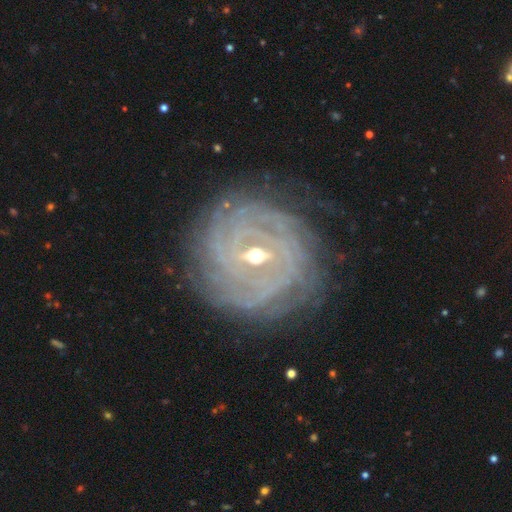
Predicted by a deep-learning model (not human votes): Smooth or featured? featured or disk (89%)
Edge-on disk? no (97%)
Bar? weak (45%)
Spiral arms? yes (97%)
Spiral winding? tight (88%)
Spiral arm count? more than 4 (26%)
Bulge size? moderate (52%)
Merging? none (82%)